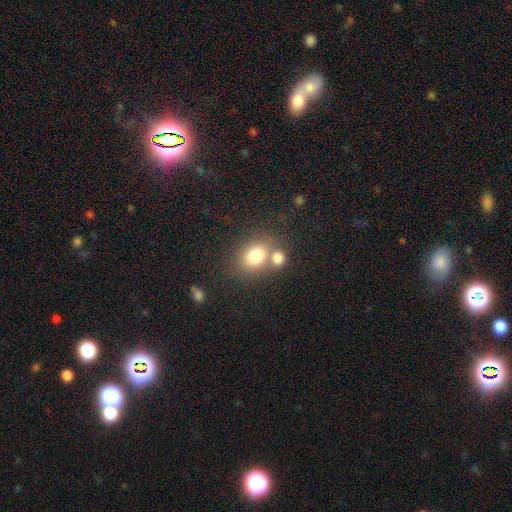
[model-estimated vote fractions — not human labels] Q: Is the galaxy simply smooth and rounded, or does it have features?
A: smooth — 78%.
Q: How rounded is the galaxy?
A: in between — 50%.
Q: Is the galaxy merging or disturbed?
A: none — 49%.